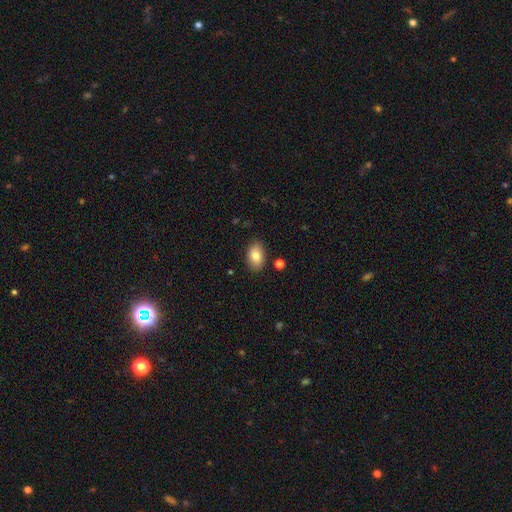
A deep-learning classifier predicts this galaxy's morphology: Smooth or featured? Predicted: smooth (p=0.82). How rounded? Predicted: in between (p=0.90). Merging? Predicted: none (p=0.85).